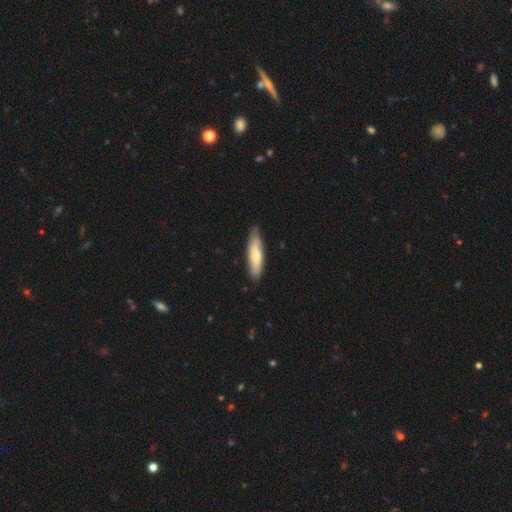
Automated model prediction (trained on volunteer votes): Q: Smooth or featured?
A: smooth (68%); runner-up: featured or disk (27%)
Q: How rounded?
A: cigar-shaped (64%); runner-up: in between (35%)
Q: Merging?
A: none (79%); runner-up: minor disturbance (17%)